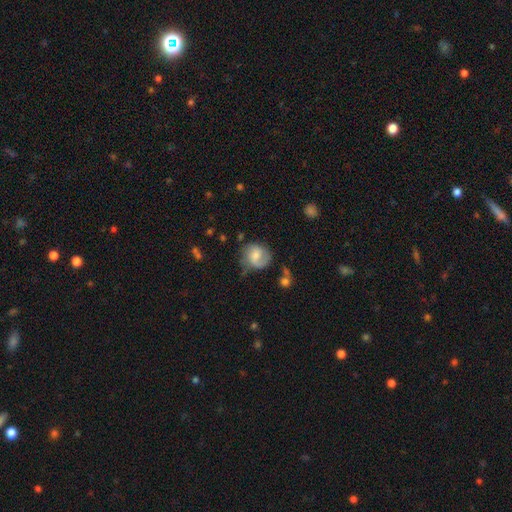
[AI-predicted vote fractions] Smooth or featured? Predicted: smooth (p=0.48). Merging? Predicted: none (p=0.56).